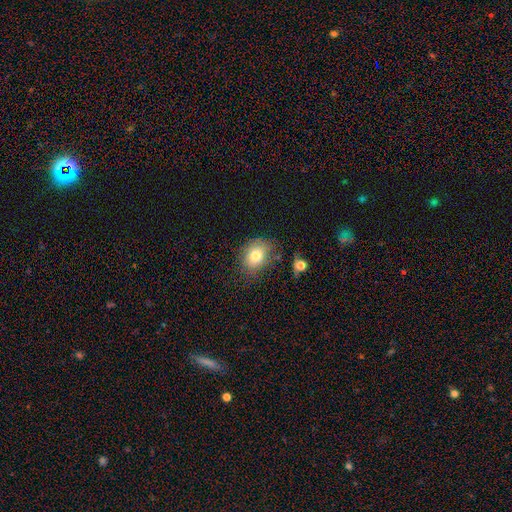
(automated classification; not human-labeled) smooth 77%, featured or disk 12%, star or artifact 11%. Down the decision tree: how rounded — in between (53%); merging — none (70%).